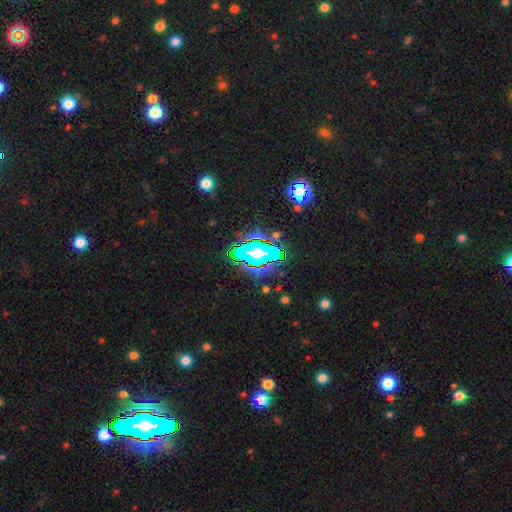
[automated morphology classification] This is likely a star or artifact rather than a galaxy (61%).